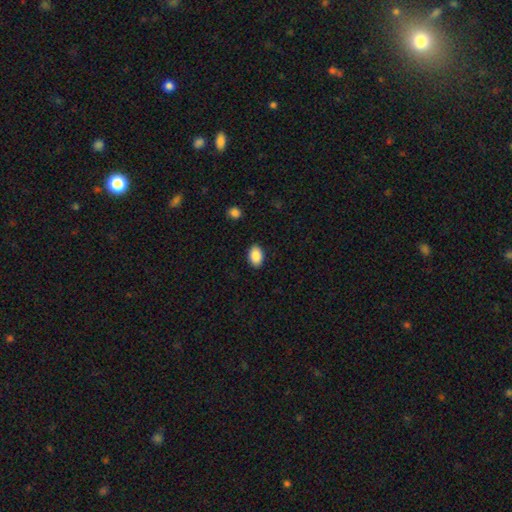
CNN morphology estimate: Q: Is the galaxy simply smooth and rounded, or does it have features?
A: smooth — 88%.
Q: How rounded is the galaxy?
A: in between — 88%.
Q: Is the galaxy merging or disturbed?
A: none — 89%.